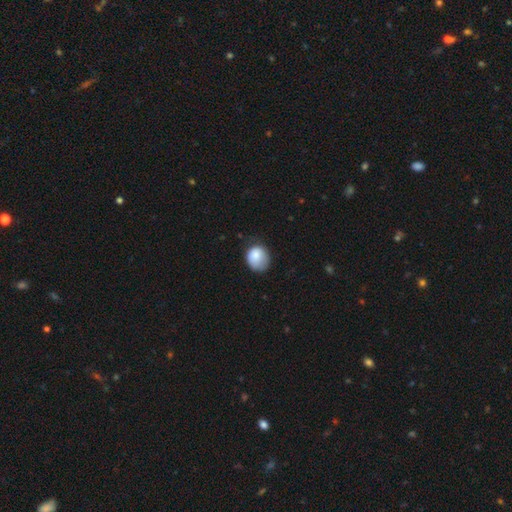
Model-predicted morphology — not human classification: This is clearly a smooth galaxy (84%). How rounded: likely round (69%). Merging: possibly none (53%).